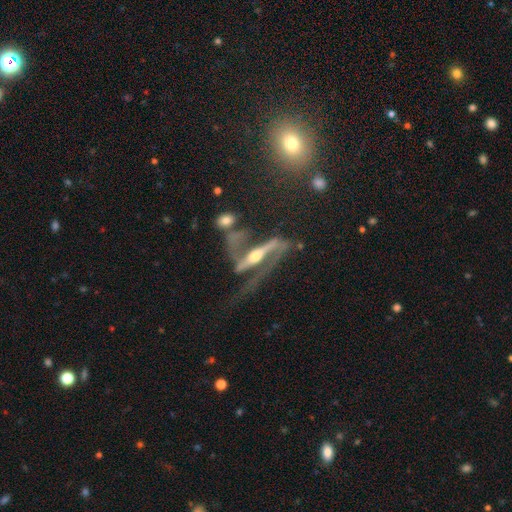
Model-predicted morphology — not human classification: featured or disk 84%, smooth 9%, star or artifact 7%. Down the decision tree: edge-on disk — no (50%, tied with yes); merging — major disturbance (38%).